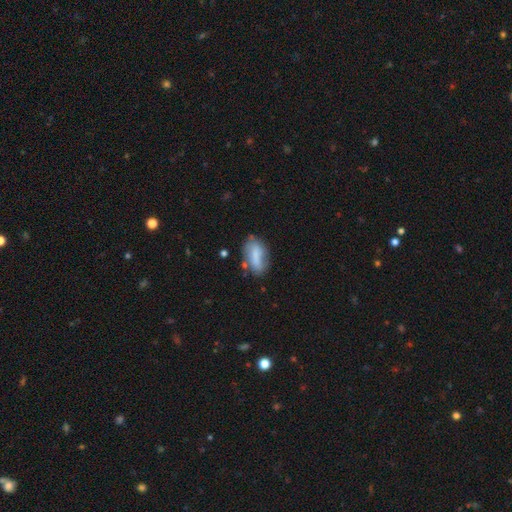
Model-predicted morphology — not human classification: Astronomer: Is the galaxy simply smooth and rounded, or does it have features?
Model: smooth — 72%.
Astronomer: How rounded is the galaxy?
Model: in between — 87%.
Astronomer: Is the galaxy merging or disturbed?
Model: none — 58%.